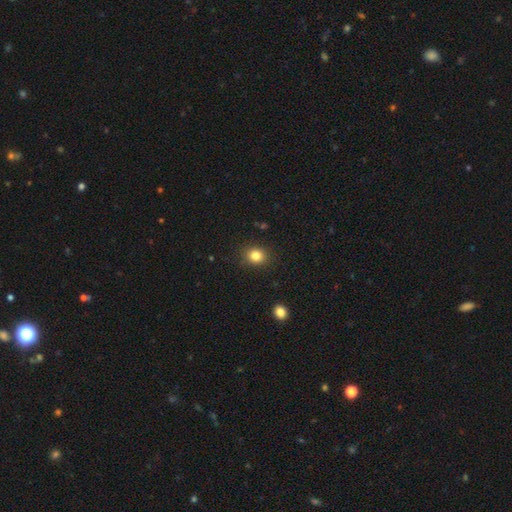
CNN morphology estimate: smooth_or_featured: smooth (p=0.83) [alt: star or artifact p=0.11]
how_rounded: round (p=0.69) [alt: in between p=0.31]
merging: none (p=0.88) [alt: minor disturbance p=0.08]